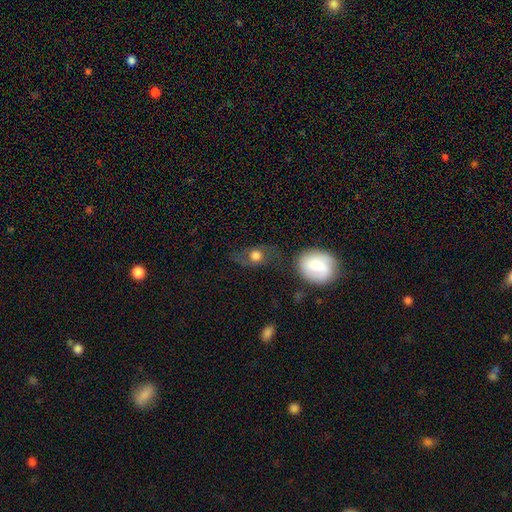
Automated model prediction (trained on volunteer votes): Smooth or featured? Predicted: smooth (p=0.60). How rounded? Predicted: round (p=0.51). Merging? Predicted: none (p=0.51).